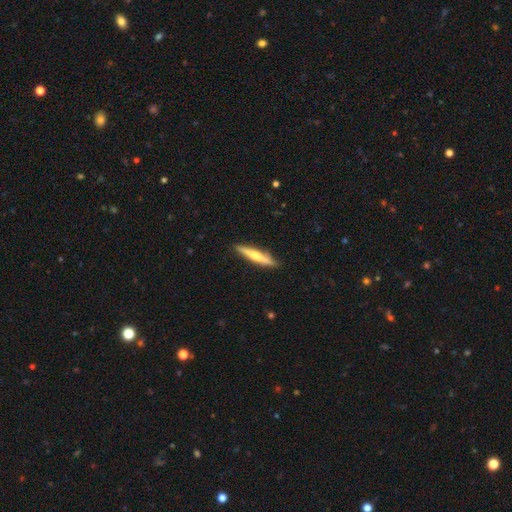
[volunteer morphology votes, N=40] Overall: smooth (50%; featured or disk 38%). How rounded: cigar-shaped (90%). Merging: none (77%).